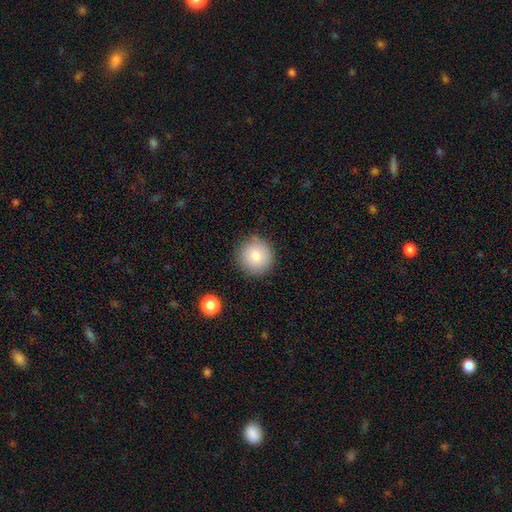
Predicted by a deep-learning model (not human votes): Smooth or featured?
  - smooth: 80% *
  - featured or disk: 11%
  - star or artifact: 9%
How rounded?
  - round: 95% *
  - in between: 5%
  - cigar-shaped: 1%
Merging?
  - none: 85% *
  - minor disturbance: 11%
  - major disturbance: 3%
  - merger: 2%